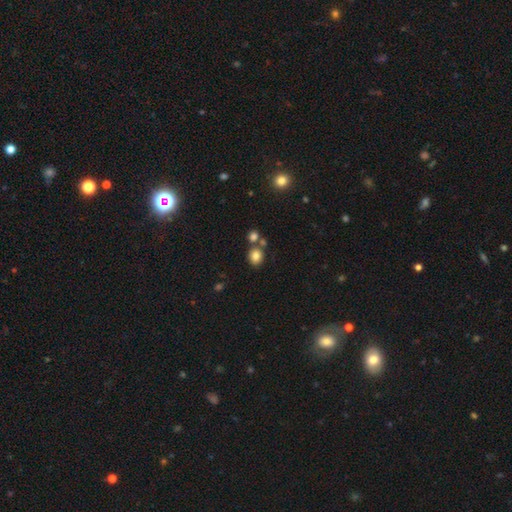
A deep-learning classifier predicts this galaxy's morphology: This is clearly a smooth galaxy (82%). How rounded: likely round (70%). Merging: likely none (64%).